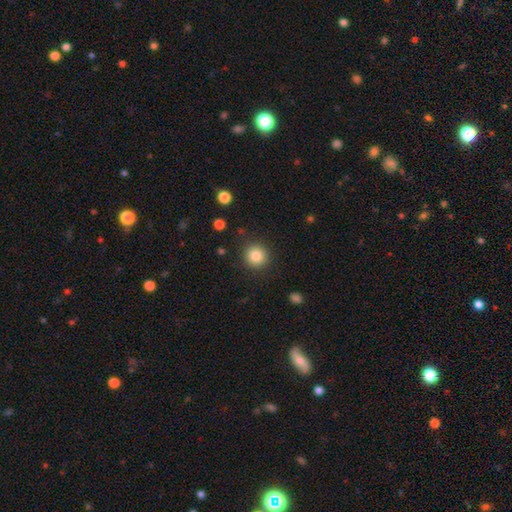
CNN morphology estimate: Overall: smooth (84%). How rounded: round (93%). Merging: none (89%).